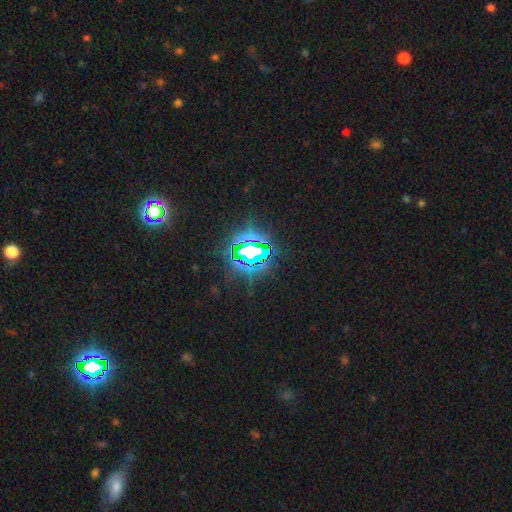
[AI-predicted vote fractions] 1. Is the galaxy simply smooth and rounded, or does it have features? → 80% star or artifact, 10% smooth, 10% featured or disk.